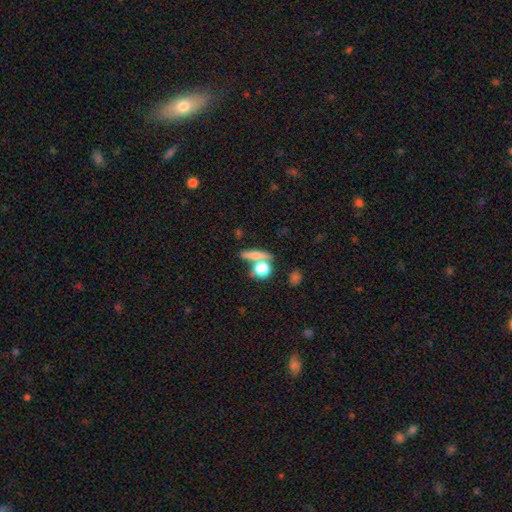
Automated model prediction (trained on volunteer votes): smooth_or_featured: smooth (p=0.65) [alt: featured or disk p=0.22]
how_rounded: cigar-shaped (p=0.41) [alt: round p=0.37]
merging: none (p=0.60) [alt: merger p=0.25]